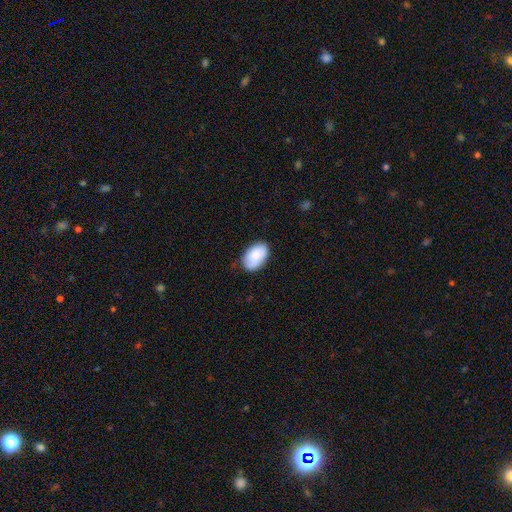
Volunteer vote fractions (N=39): A smooth galaxy with no disk features (82%) that is in between round and cigar-shaped (88%). Merging: none (87%).